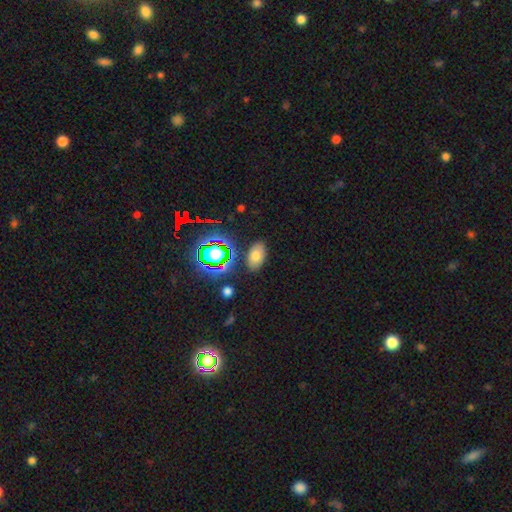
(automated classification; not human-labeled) A smooth galaxy with no disk features (68%) that is in between round and cigar-shaped (91%). Merging: none (83%).